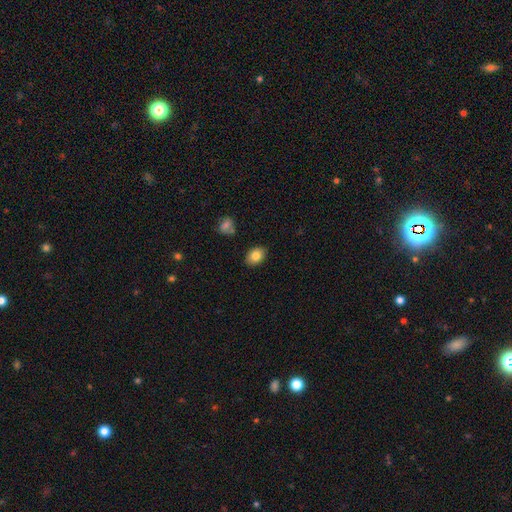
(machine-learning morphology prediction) Smooth or featured?
  - smooth: 82% *
  - featured or disk: 9%
  - star or artifact: 9%
How rounded?
  - in between: 75% *
  - round: 24%
  - cigar-shaped: 1%
Merging?
  - none: 87% *
  - minor disturbance: 9%
  - major disturbance: 2%
  - merger: 2%